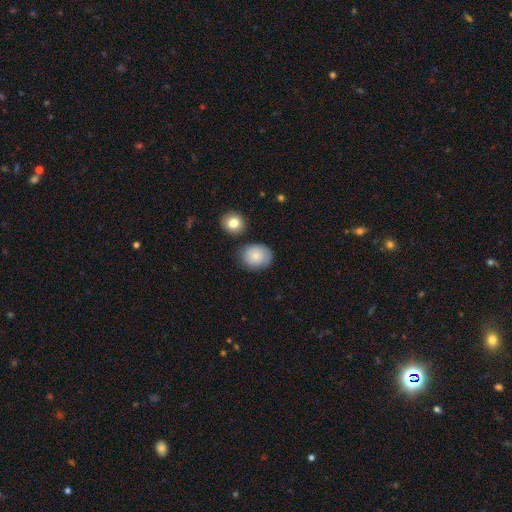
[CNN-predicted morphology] type=smooth (80%); roundness=round (61%); merging=none (73%).